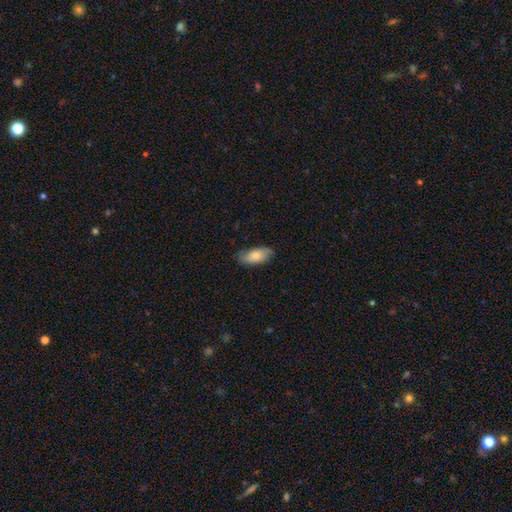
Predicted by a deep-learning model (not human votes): Morphology: type=smooth (77%); roundness=in between (87%); merging=none (80%).